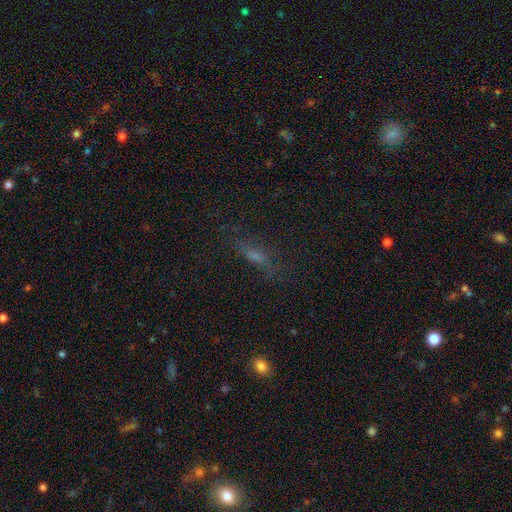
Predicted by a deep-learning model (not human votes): This appears to be a smooth galaxy with no disk features (47%). Merging: none (69%).